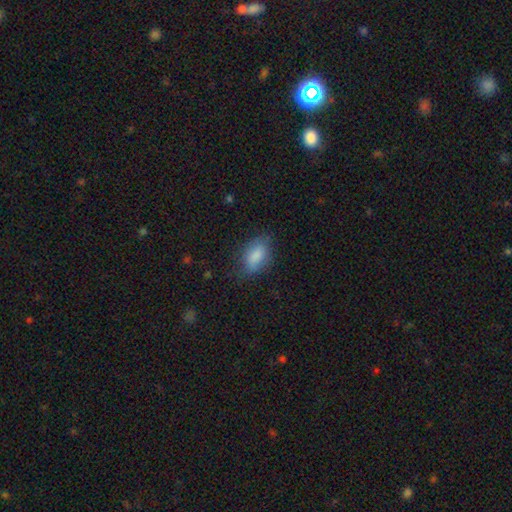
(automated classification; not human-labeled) Overall: smooth (84%). How rounded: in between (88%). Merging: none (73%).